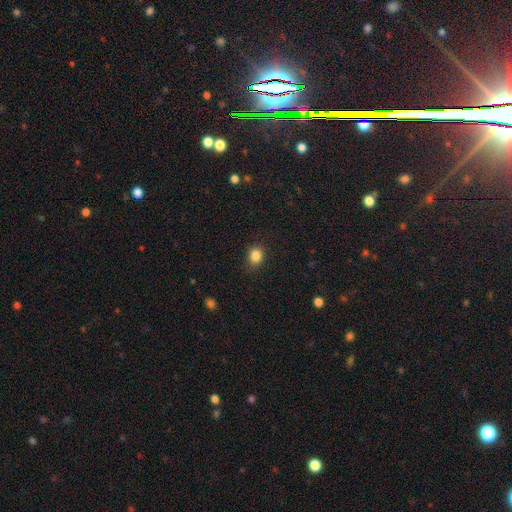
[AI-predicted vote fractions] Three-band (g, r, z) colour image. It shows a smooth galaxy with no disk features (85%) that is round (65%). Merging: none (83%).